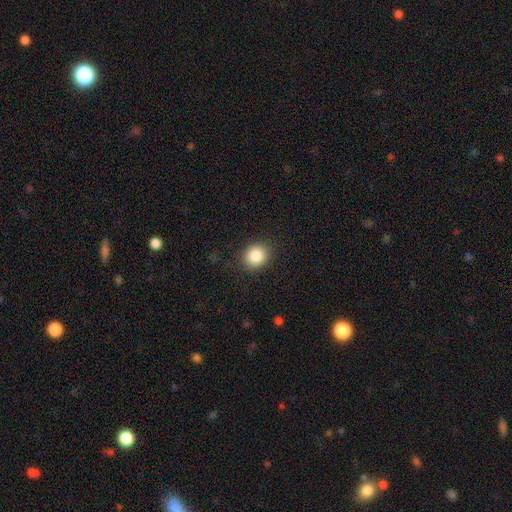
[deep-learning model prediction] Smooth or featured?
  - smooth: 86% *
  - star or artifact: 9%
  - featured or disk: 5%
How rounded?
  - round: 75% *
  - in between: 24%
  - cigar-shaped: 1%
Merging?
  - none: 88% *
  - minor disturbance: 8%
  - major disturbance: 3%
  - merger: 1%